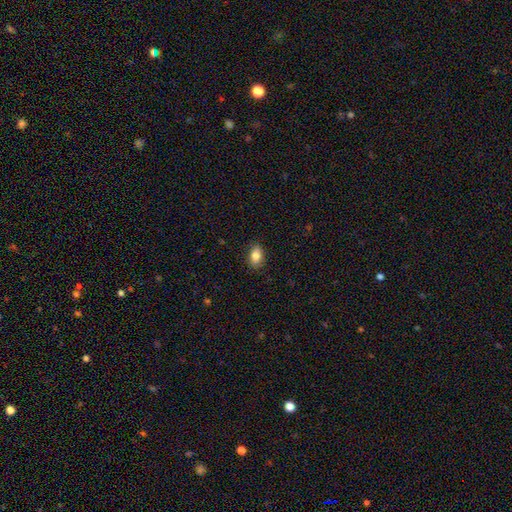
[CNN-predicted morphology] Smooth or featured? smooth (84%)
How rounded? in between (88%)
Merging? none (87%)